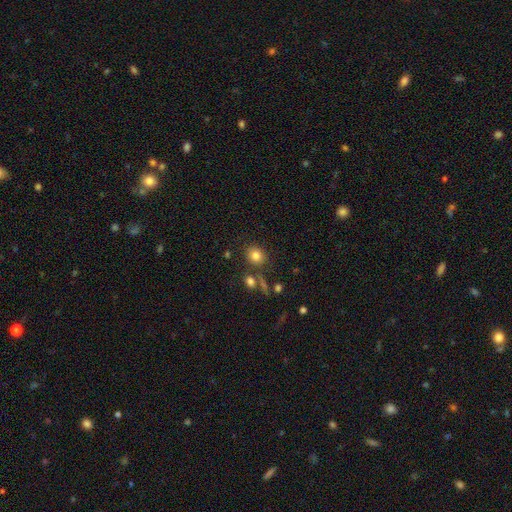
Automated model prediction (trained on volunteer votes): Smooth or featured? smooth (80%)
How rounded? round (67%)
Merging? none (76%)